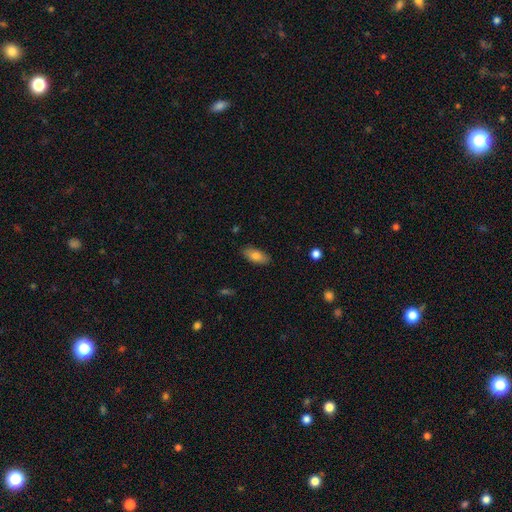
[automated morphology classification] smooth-or-featured: smooth: 79% | featured or disk: 14% | star or artifact: 7%
  how-rounded: in between: 87% | cigar-shaped: 10% | round: 3%
  merging: none: 87% | minor disturbance: 10% | major disturbance: 2% | merger: 1%